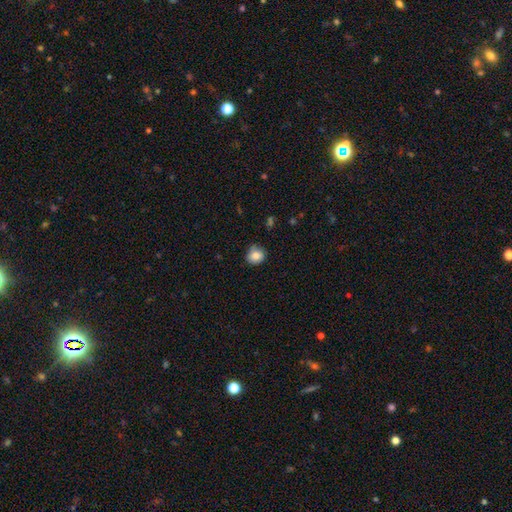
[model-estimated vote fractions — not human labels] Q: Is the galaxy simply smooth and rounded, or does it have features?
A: smooth — 82%.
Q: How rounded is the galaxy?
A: round — 80%.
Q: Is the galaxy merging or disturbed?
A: none — 74%.